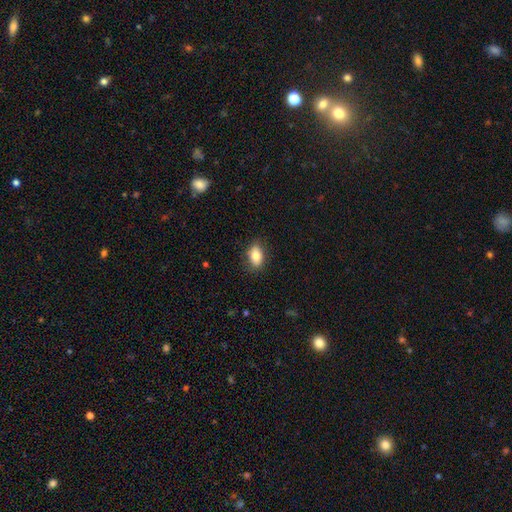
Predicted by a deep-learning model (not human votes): The model was most divided on "smooth or featured": smooth: 81%, featured or disk: 11%, star or artifact: 8%. More confident: how rounded — in between (87%); merging — none (84%).